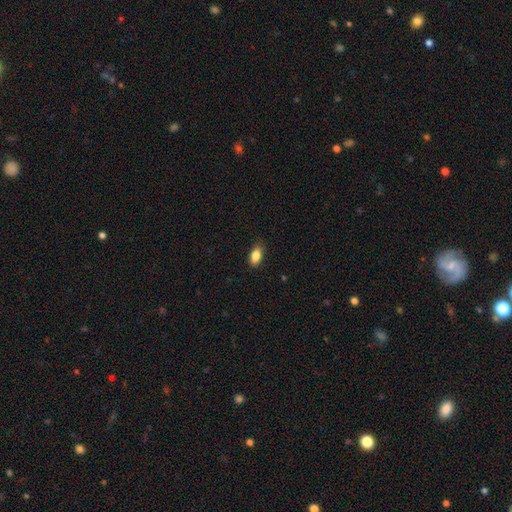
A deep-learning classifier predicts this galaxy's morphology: The model was most divided on "merging": none: 82%, minor disturbance: 14%, major disturbance: 2%, merger: 1%. More confident: how rounded — in between (88%); smooth or featured — smooth (85%).